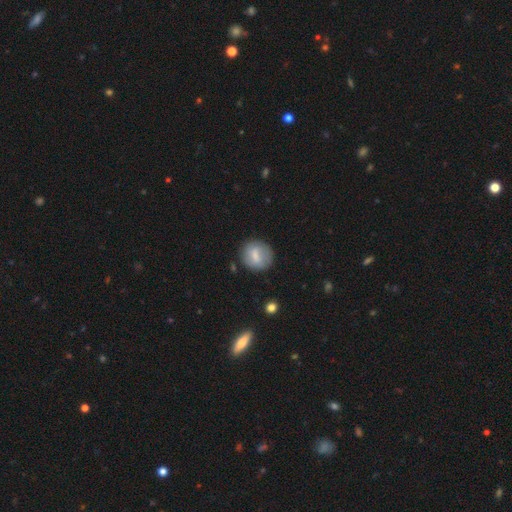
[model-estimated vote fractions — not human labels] A smooth galaxy with no disk features (69%) that is round (76%). Merging: none (78%).